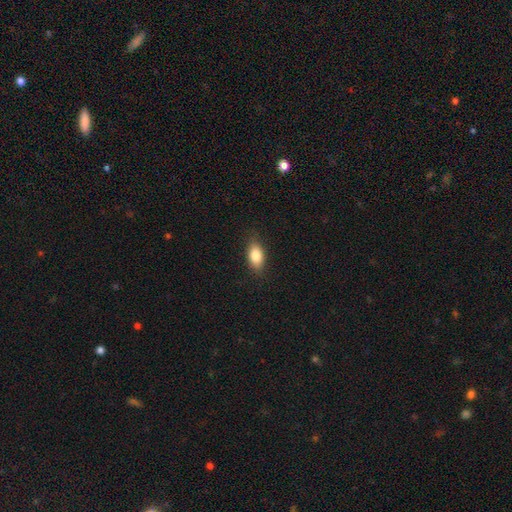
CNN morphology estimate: type=smooth (83%); roundness=in between (87%); merging=none (84%).